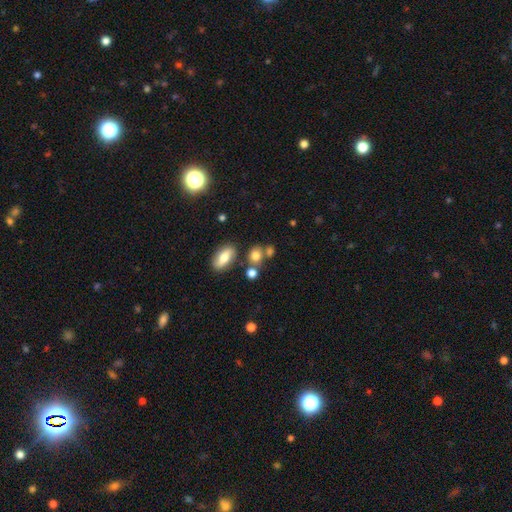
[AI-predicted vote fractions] This appears to be a smooth galaxy with no disk features (77%) that is round (62%). Merging: none (62%).